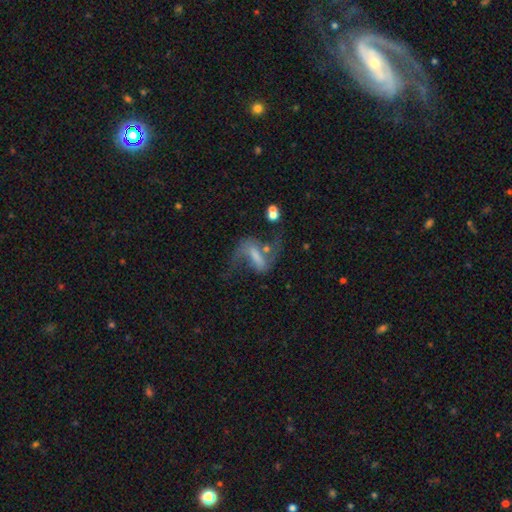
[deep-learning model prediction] Morphology: type=featured or disk (76%); edge-on=no (95%); bar=strong (51%); spiral arms=yes (91%); winding=loose (76%); arm count=2 (89%); bulge=none (38%); merging=none (54%).